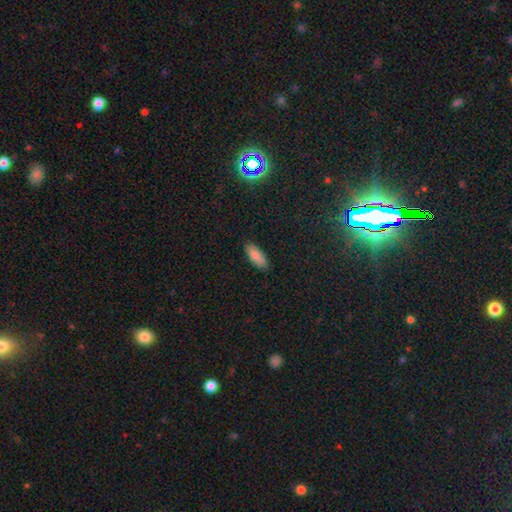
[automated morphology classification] Q: Smooth or featured?
A: smooth (86%); runner-up: star or artifact (7%)
Q: How rounded?
A: in between (75%); runner-up: cigar-shaped (23%)
Q: Merging?
A: none (87%); runner-up: minor disturbance (10%)